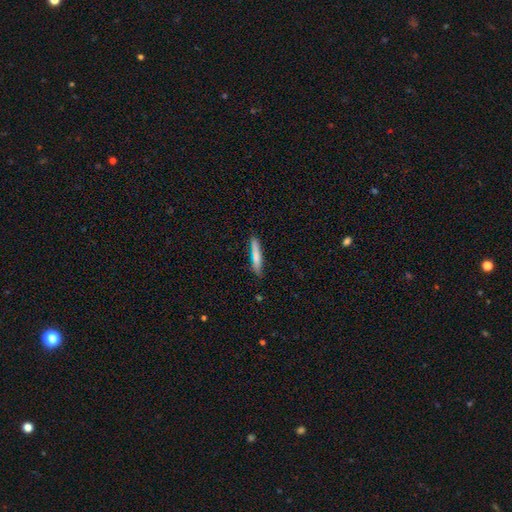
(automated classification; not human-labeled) smooth_or_featured: smooth (p=0.75) [alt: featured or disk p=0.18]
how_rounded: cigar-shaped (p=0.91) [alt: in between p=0.07]
merging: none (p=0.82) [alt: minor disturbance p=0.13]